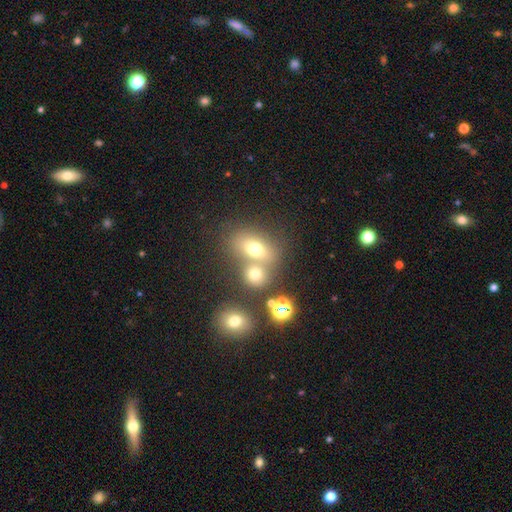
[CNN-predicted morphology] smooth_or_featured: smooth (p=0.59) [alt: star or artifact p=0.21]
how_rounded: in between (p=0.64) [alt: round p=0.32]
merging: merger (p=0.44) [alt: none p=0.41]